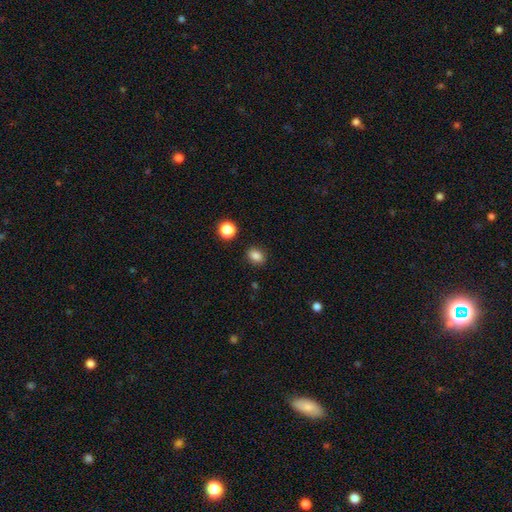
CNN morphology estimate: A smooth galaxy with no disk features (85%) that is in between round and cigar-shaped (62%). Merging: none (87%).